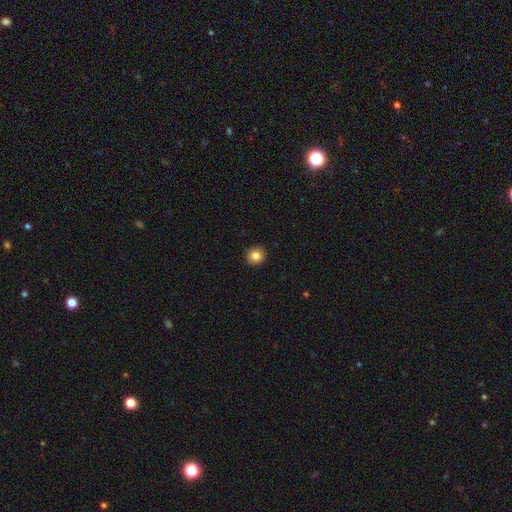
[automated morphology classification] type=smooth (83%); roundness=round (90%); merging=none (92%).